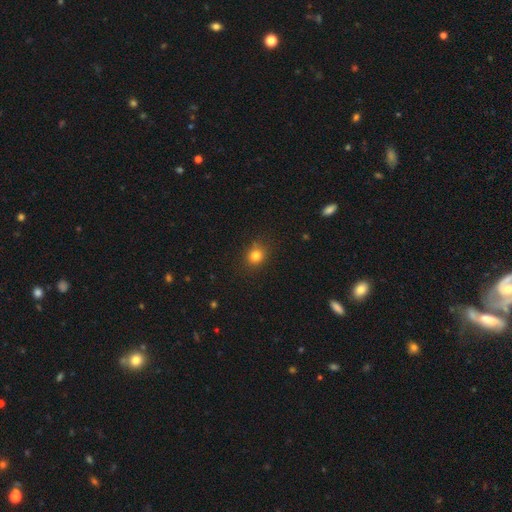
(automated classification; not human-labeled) smooth 80%, star or artifact 13%, featured or disk 6%. Down the decision tree: how rounded — round (72%); merging — none (84%).